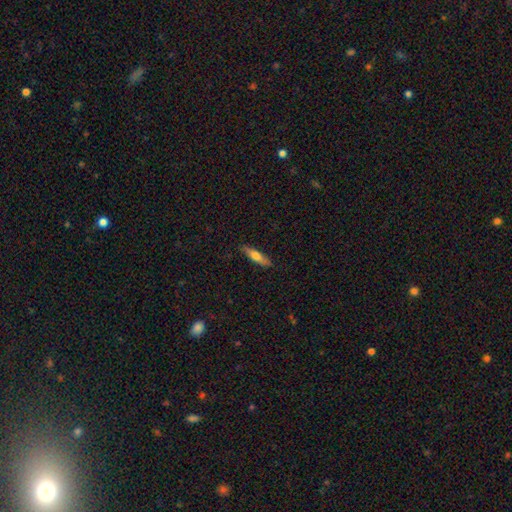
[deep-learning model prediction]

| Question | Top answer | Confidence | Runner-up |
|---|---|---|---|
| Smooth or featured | smooth | 61% | featured or disk (32%) |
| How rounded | cigar-shaped | 75% | in between (23%) |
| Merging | none | 87% | minor disturbance (10%) |